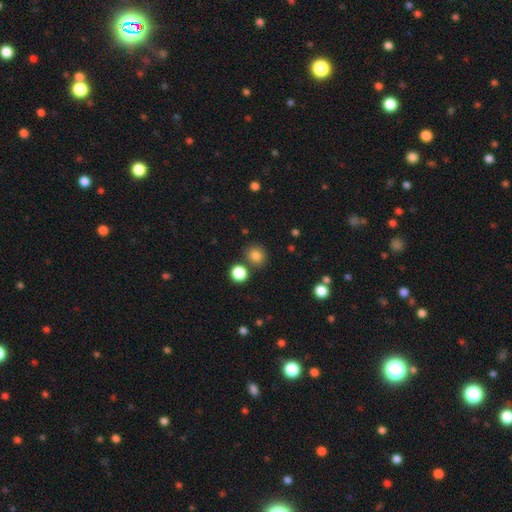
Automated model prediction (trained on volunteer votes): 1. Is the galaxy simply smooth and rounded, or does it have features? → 82% smooth, 12% star or artifact, 6% featured or disk.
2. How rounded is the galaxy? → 80% round, 19% in between, 1% cigar-shaped.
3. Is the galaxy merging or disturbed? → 79% none, 9% merger, 9% minor disturbance, 3% major disturbance.